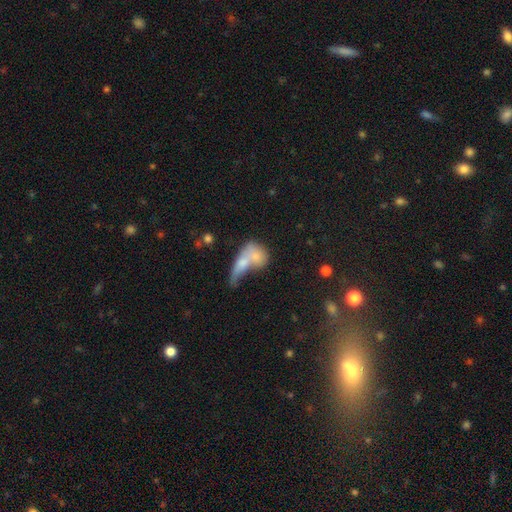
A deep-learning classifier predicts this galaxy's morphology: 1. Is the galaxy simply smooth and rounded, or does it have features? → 69% smooth, 23% featured or disk, 8% star or artifact.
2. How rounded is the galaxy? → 57% in between, 34% round, 9% cigar-shaped.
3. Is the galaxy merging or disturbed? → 66% merger, 16% none, 10% major disturbance, 8% minor disturbance.